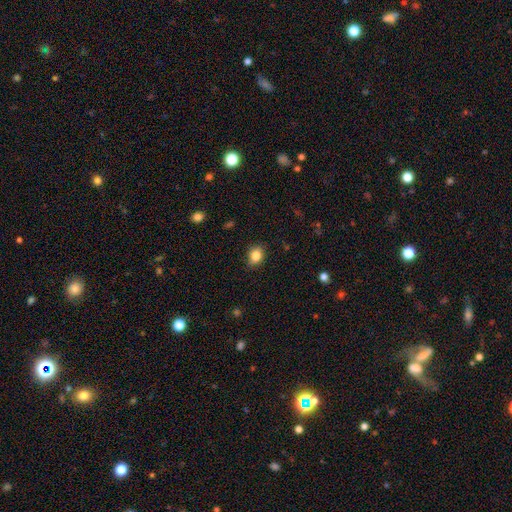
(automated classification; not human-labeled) Smooth or featured?
  - smooth: 85% *
  - star or artifact: 9%
  - featured or disk: 6%
How rounded?
  - in between: 60% *
  - round: 39%
  - cigar-shaped: 1%
Merging?
  - none: 82% *
  - minor disturbance: 14%
  - major disturbance: 3%
  - merger: 1%